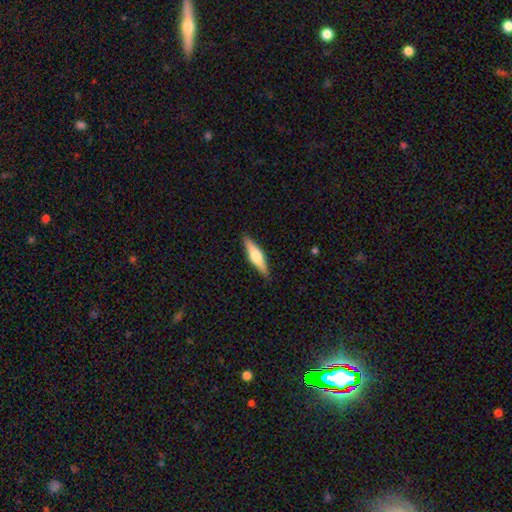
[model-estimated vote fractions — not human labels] A featured or disk galaxy (50%) viewed edge-on (95%).

Vote fractions:
- Smooth or featured? featured or disk: 50% / smooth: 44% / star or artifact: 6%
- Edge-on disk? yes: 95% / no: 5%
- Merging? none: 89% / minor disturbance: 8% / major disturbance: 2% / merger: 1%